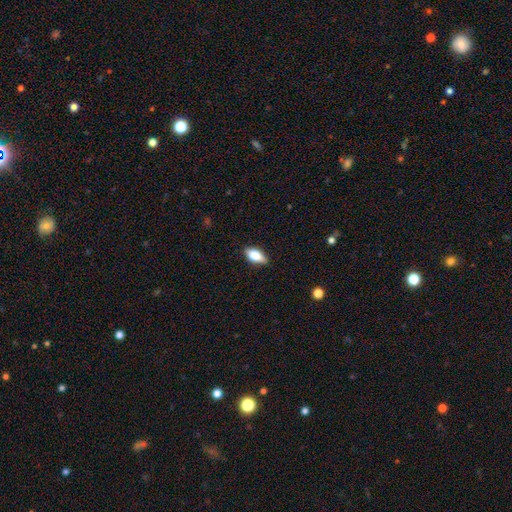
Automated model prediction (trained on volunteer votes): This is likely a smooth galaxy (72%). How rounded: clearly in between (83%). Merging: clearly none (81%).